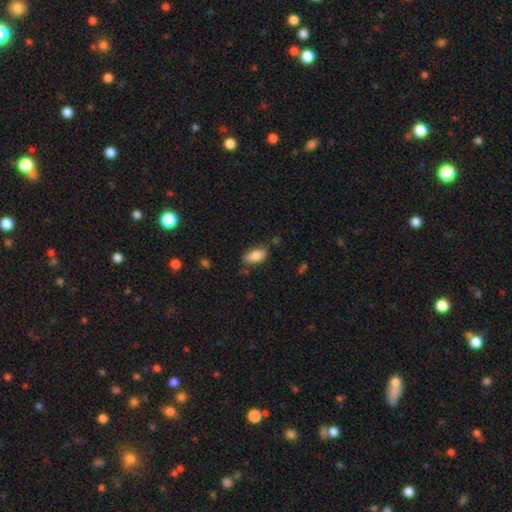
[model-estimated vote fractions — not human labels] smooth-or-featured: smooth: 82% | featured or disk: 11% | star or artifact: 7%
  how-rounded: in between: 89% | cigar-shaped: 8% | round: 3%
  merging: none: 71% | minor disturbance: 22% | major disturbance: 4% | merger: 3%